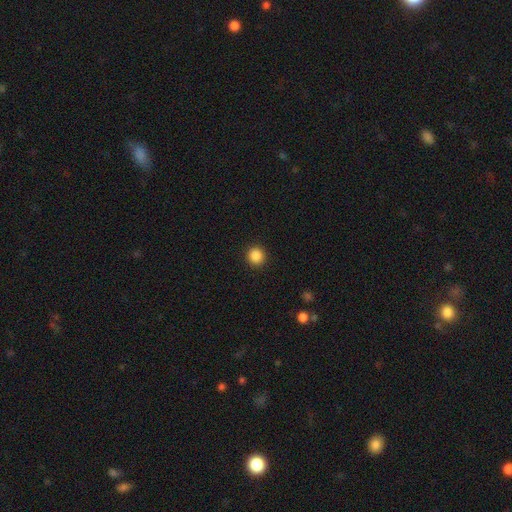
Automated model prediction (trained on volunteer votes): smooth_or_featured: smooth (p=0.87) [alt: star or artifact p=0.10]
how_rounded: round (p=0.94) [alt: in between p=0.05]
merging: none (p=0.93) [alt: minor disturbance p=0.05]